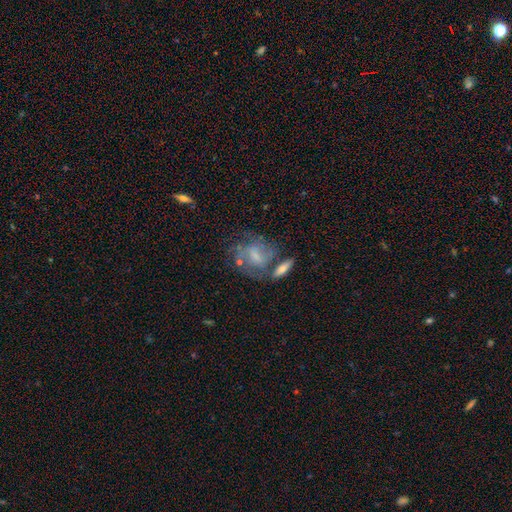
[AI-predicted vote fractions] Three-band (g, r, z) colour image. It shows a featured or disk galaxy (69%) with a weak bar (47%), 2 (49%) medium (47%) spiral arms (86%) and a small central bulge (51%). Merging: none (57%).